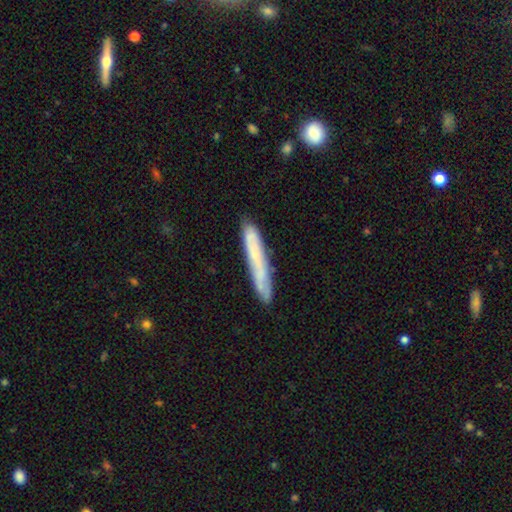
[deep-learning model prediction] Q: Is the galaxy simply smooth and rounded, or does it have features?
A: smooth — 53%.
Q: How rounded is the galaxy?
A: cigar-shaped — 95%.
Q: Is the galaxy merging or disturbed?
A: none — 80%.